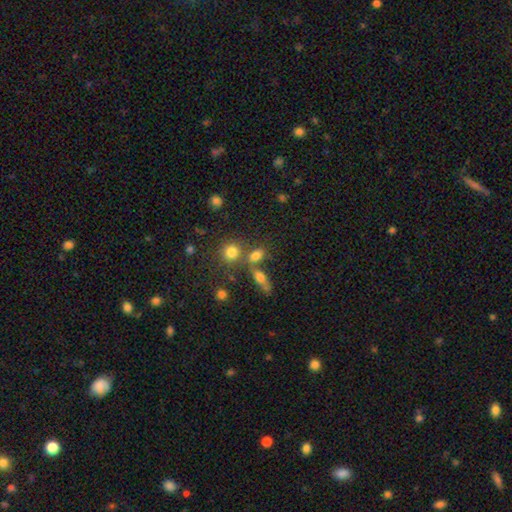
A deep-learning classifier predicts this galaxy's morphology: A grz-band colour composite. It shows a smooth galaxy with no disk features (74%) that is in between round and cigar-shaped (60%). Merging: none (55%).